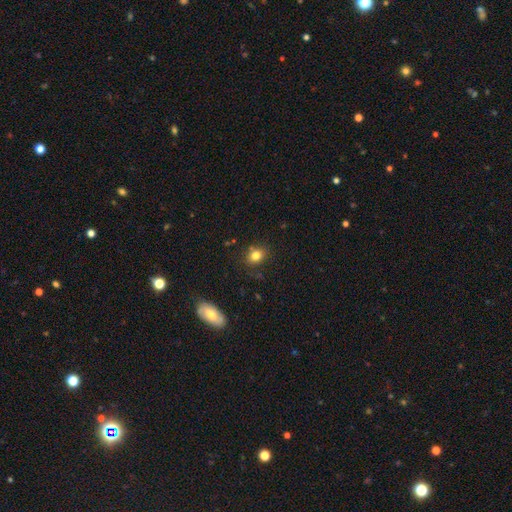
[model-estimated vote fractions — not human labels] Overall: smooth (80%). How rounded: round (49%, tied with in between). Merging: none (80%).